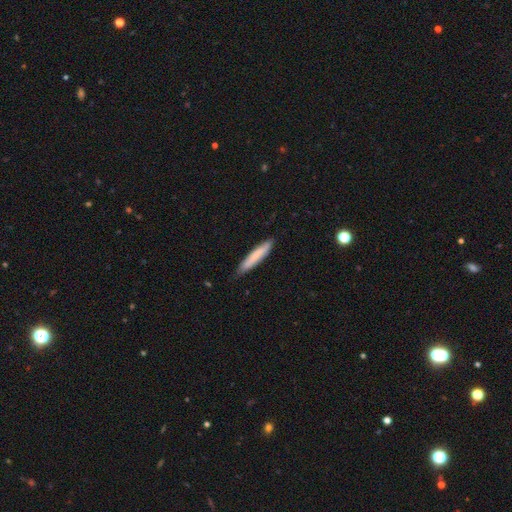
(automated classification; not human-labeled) Smooth or featured: smooth — 77% (featured or disk — 17%)
How rounded: cigar-shaped — 91% (in between — 7%)
Merging: none — 84% (minor disturbance — 13%)